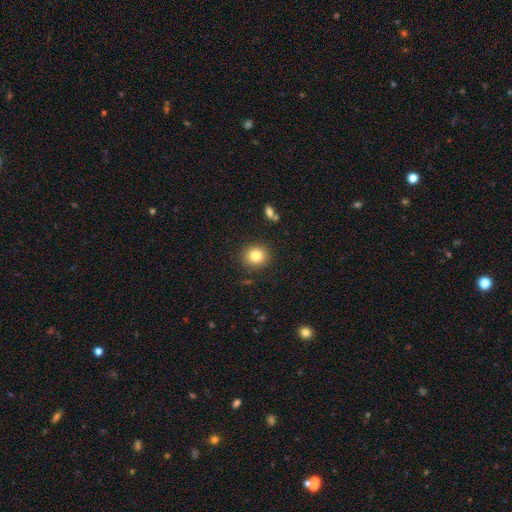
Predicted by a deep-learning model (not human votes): Q: Smooth or featured?
A: smooth (83%); runner-up: star or artifact (10%)
Q: How rounded?
A: round (85%); runner-up: in between (15%)
Q: Merging?
A: none (88%); runner-up: minor disturbance (8%)